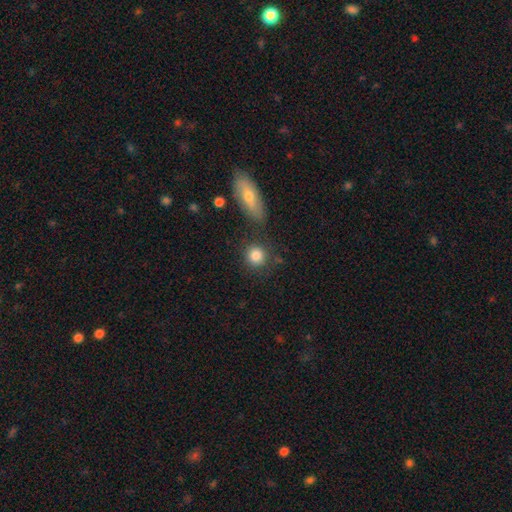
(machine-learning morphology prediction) type=smooth (85%); roundness=round (86%); merging=none (78%).